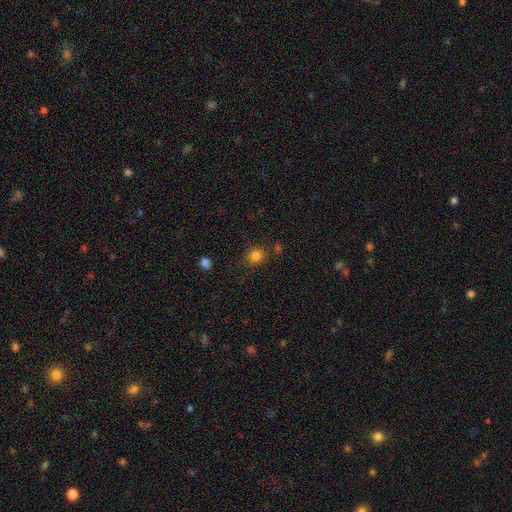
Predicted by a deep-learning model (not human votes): smooth-or-featured: smooth: 82% | star or artifact: 13% | featured or disk: 5%
  how-rounded: round: 80% | in between: 19% | cigar-shaped: 1%
  merging: none: 81% | minor disturbance: 11% | merger: 4% | major disturbance: 4%